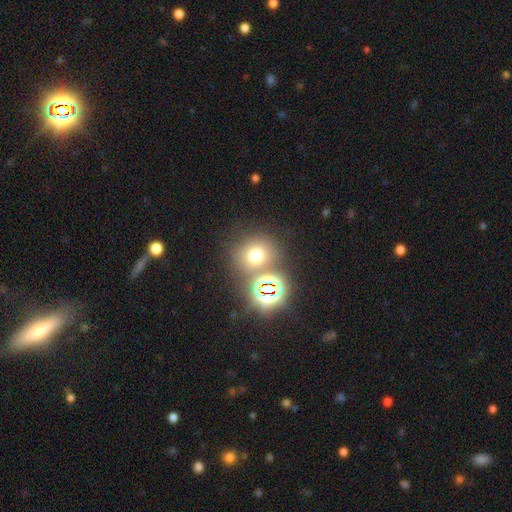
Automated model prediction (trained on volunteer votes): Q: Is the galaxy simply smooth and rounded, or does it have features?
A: smooth — 60%.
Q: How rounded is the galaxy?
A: round — 83%.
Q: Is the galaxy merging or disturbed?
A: none — 68%.